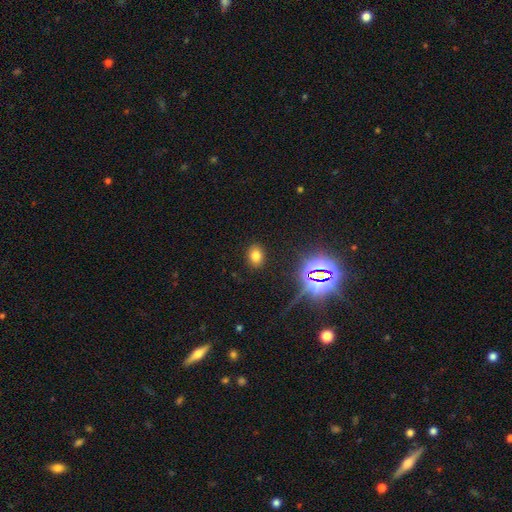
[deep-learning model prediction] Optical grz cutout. It shows a smooth galaxy with no disk features (73%) that is in between round and cigar-shaped (64%). Merging: none (88%).